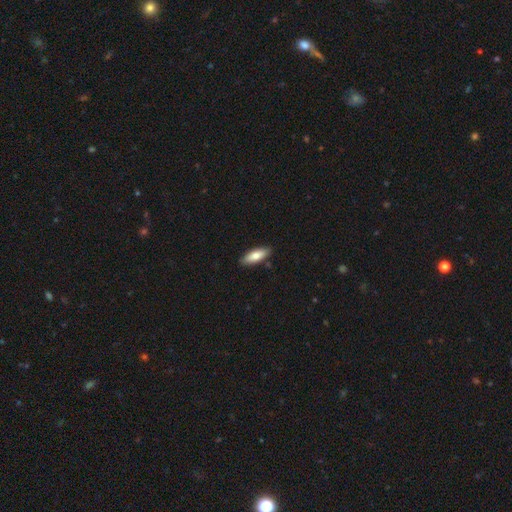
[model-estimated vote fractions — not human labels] Q: Smooth or featured?
A: smooth (77%); runner-up: featured or disk (18%)
Q: How rounded?
A: in between (65%); runner-up: cigar-shaped (33%)
Q: Merging?
A: none (88%); runner-up: minor disturbance (9%)